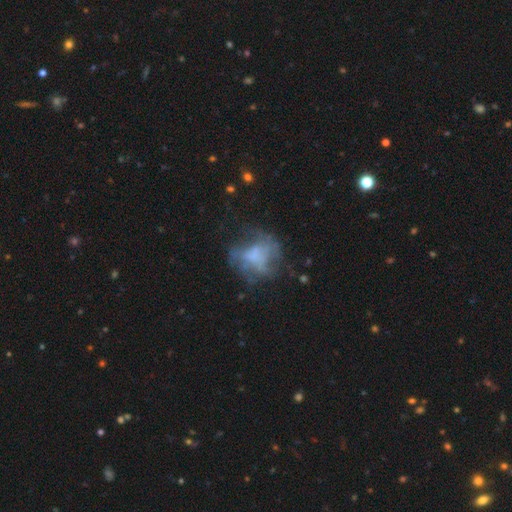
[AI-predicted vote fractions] This appears to be a featured or disk galaxy (50%). Merging: none (46%).